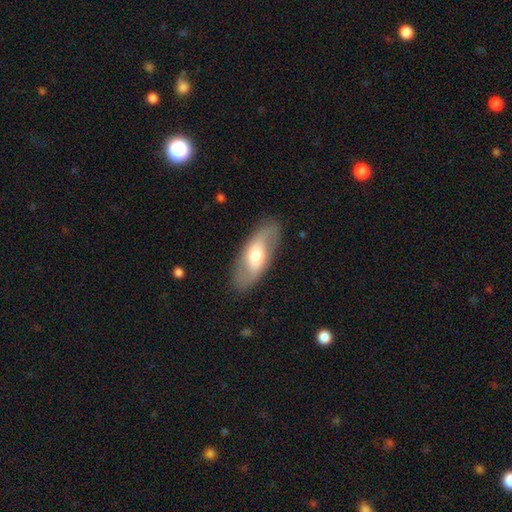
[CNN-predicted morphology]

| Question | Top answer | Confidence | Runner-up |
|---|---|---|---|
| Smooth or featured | featured or disk | 57% | smooth (37%) |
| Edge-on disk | no | 86% | yes (14%) |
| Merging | none | 84% | minor disturbance (11%) |